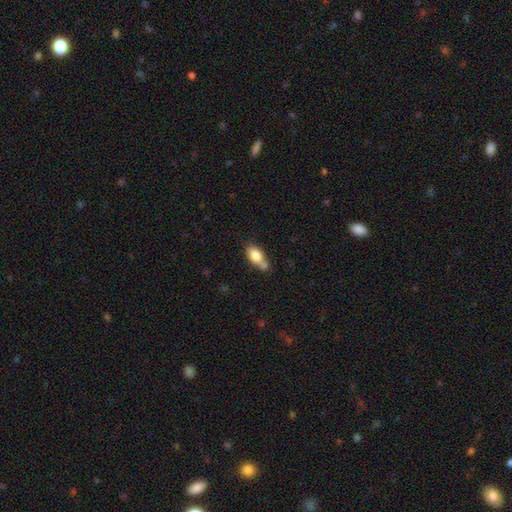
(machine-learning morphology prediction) Smooth or featured: smooth — 80% (featured or disk — 12%)
How rounded: in between — 86% (round — 9%)
Merging: none — 40% (merger — 35%)